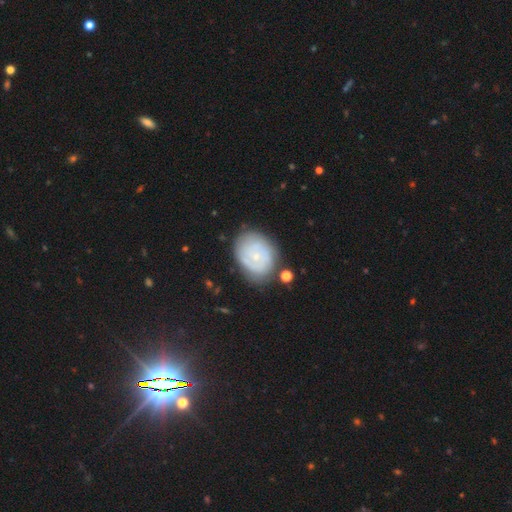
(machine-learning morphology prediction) The model was most divided on "smooth or featured": featured or disk: 61%, smooth: 30%, star or artifact: 10%. More confident: edge-on disk — no (97%); spiral arms — yes (78%); bulge size — small (77%); bar — no (75%); merging — none (74%).